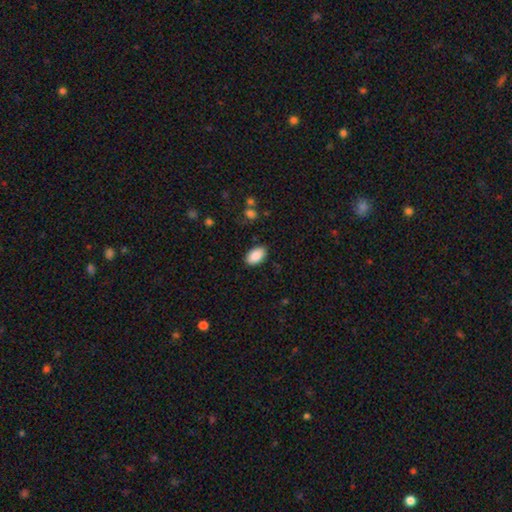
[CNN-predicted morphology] This appears to be a smooth galaxy with no disk features (89%) that is in between round and cigar-shaped (94%). Merging: none (87%).